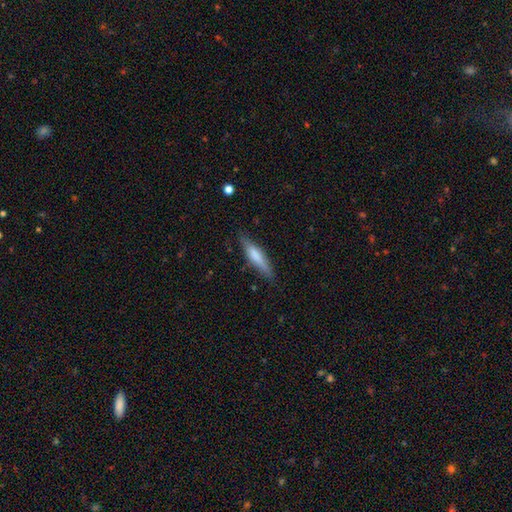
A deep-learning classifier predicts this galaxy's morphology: Smooth or featured? smooth (63%)
How rounded? cigar-shaped (78%)
Merging? none (79%)